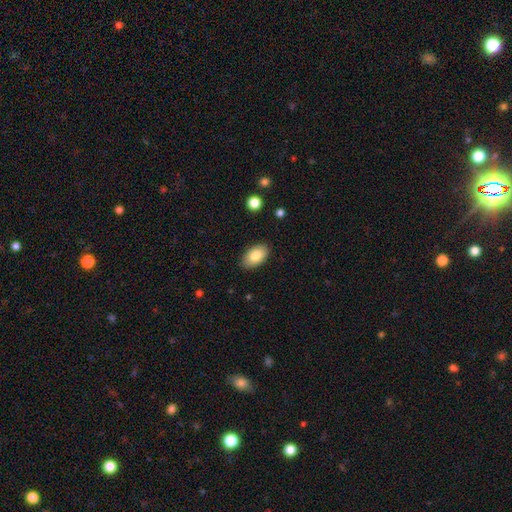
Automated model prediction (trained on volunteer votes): A smooth galaxy with no disk features (82%) that is in between round and cigar-shaped (93%).

Vote fractions:
- Smooth or featured? smooth: 82% / featured or disk: 11% / star or artifact: 7%
- How rounded? in between: 93% / round: 5% / cigar-shaped: 1%
- Merging? none: 87% / minor disturbance: 10% / major disturbance: 2% / merger: 1%